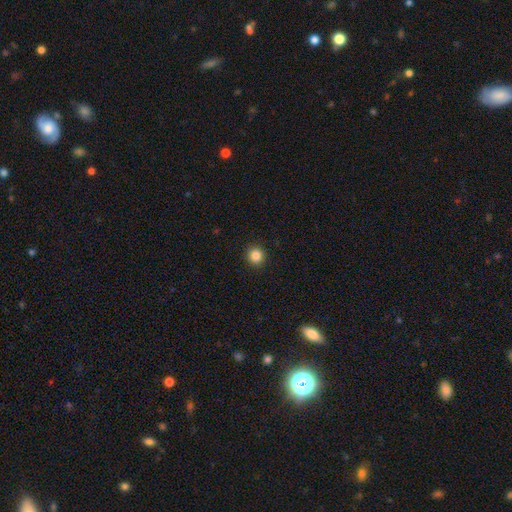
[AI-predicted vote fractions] This appears to be a smooth galaxy with no disk features (86%) that is round (93%). Merging: none (93%).